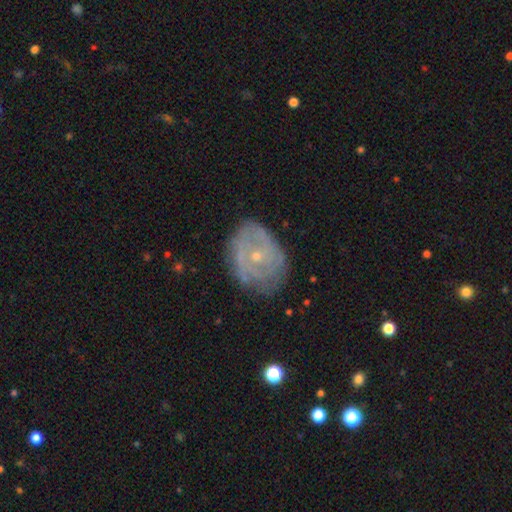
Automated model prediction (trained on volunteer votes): Overall: featured or disk (70%). Edge-on disk: no (96%). Bar: no (78%). Spiral arms: yes (69%; no 31%). Bulge size: small (75%). Merging: none (68%).